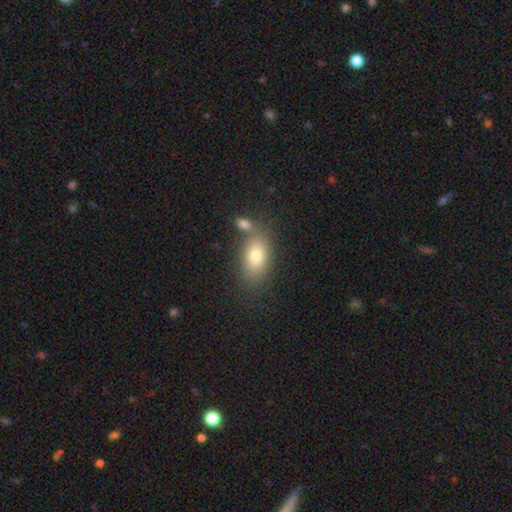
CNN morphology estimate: Q: Smooth or featured?
A: smooth (77%); runner-up: featured or disk (13%)
Q: How rounded?
A: in between (86%); runner-up: round (10%)
Q: Merging?
A: none (67%); runner-up: merger (17%)